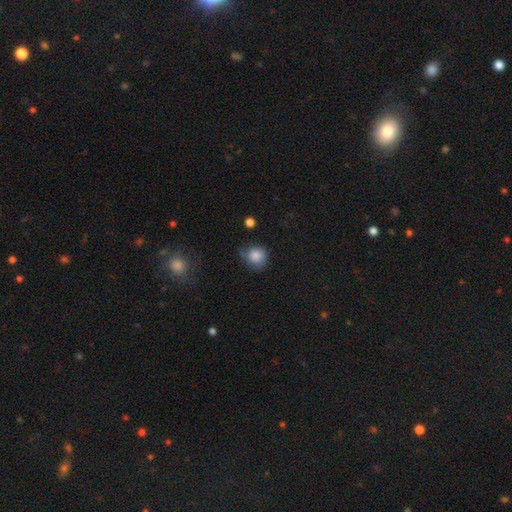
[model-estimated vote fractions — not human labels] Q: Smooth or featured?
A: smooth (82%); runner-up: featured or disk (9%)
Q: How rounded?
A: round (82%); runner-up: in between (17%)
Q: Merging?
A: none (51%); runner-up: minor disturbance (33%)